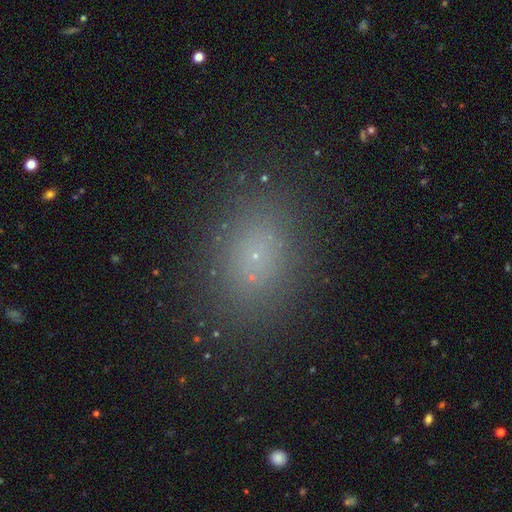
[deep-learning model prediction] The model was most divided on "smooth or featured": smooth: 65%, star or artifact: 23%, featured or disk: 12%. More confident: merging — none (84%); how rounded — in between (71%).